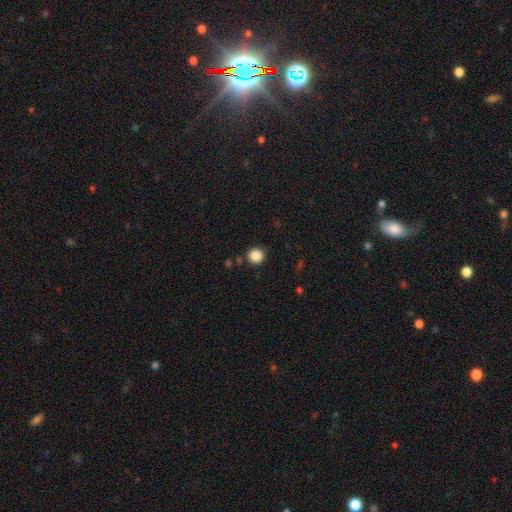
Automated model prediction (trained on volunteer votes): Smooth or featured? smooth (87%)
How rounded? round (95%)
Merging? none (89%)